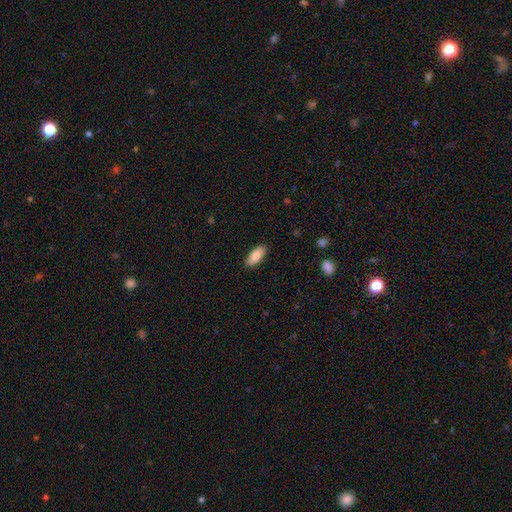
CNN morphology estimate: Smooth or featured? smooth (87%)
How rounded? in between (75%)
Merging? none (89%)